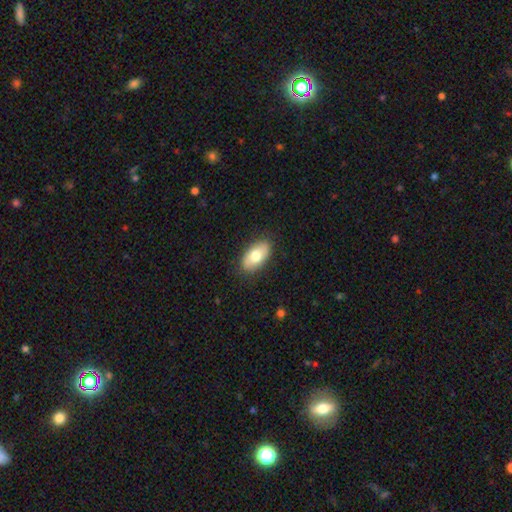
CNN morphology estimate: Smooth or featured? smooth (74%)
How rounded? in between (93%)
Merging? none (86%)